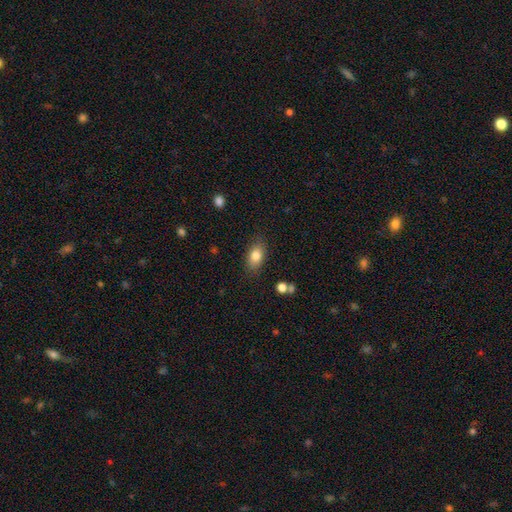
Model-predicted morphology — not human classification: smooth 82%, featured or disk 9%, star or artifact 8%. Down the decision tree: how rounded — in between (86%); merging — none (83%).